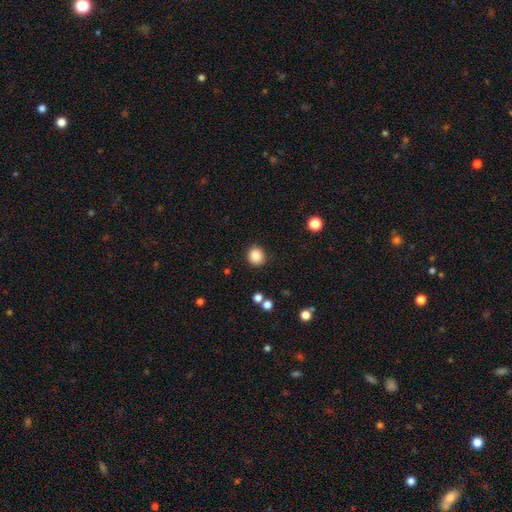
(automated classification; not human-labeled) A smooth galaxy with no disk features (87%) that is round (86%).

Vote fractions:
- Smooth or featured? smooth: 87% / star or artifact: 10% / featured or disk: 3%
- How rounded? round: 86% / in between: 13% / cigar-shaped: 1%
- Merging? none: 87% / minor disturbance: 8% / major disturbance: 3% / merger: 2%